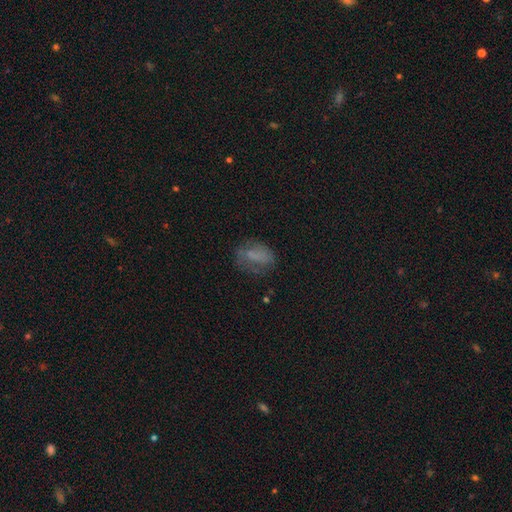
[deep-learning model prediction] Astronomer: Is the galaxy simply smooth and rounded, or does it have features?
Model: smooth — 61%.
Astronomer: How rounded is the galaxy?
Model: in between — 78%.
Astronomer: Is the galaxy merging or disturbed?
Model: none — 52%.